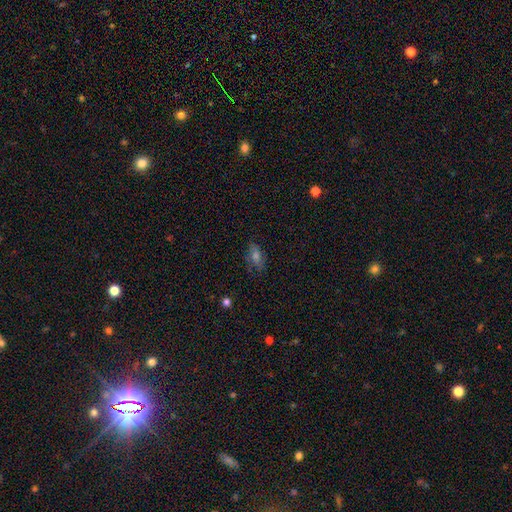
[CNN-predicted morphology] smooth_or_featured: smooth (p=0.50) [alt: featured or disk p=0.29]
how_rounded: in between (p=0.74) [alt: cigar-shaped p=0.15]
merging: none (p=0.76) [alt: minor disturbance p=0.17]